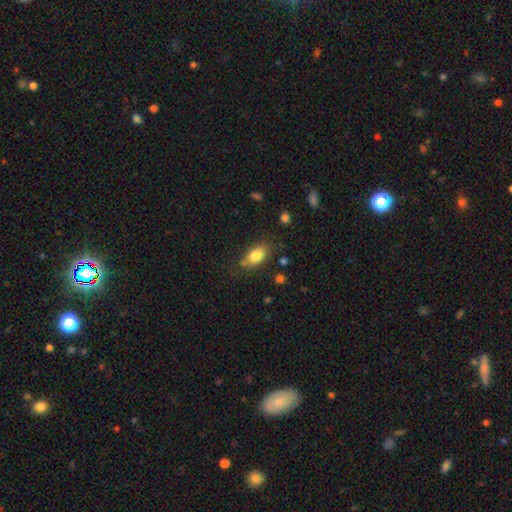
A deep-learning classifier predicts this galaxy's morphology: A smooth galaxy with no disk features (81%) that is in between round and cigar-shaped (85%). Merging: none (70%).